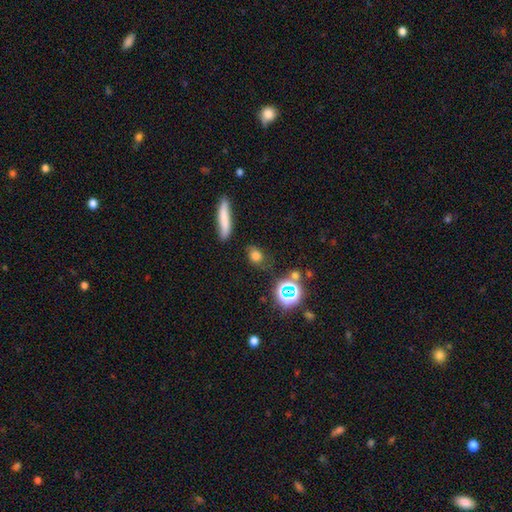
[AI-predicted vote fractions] Overall: smooth (71%). How rounded: in between (50%; round 42%). Merging: none (71%).